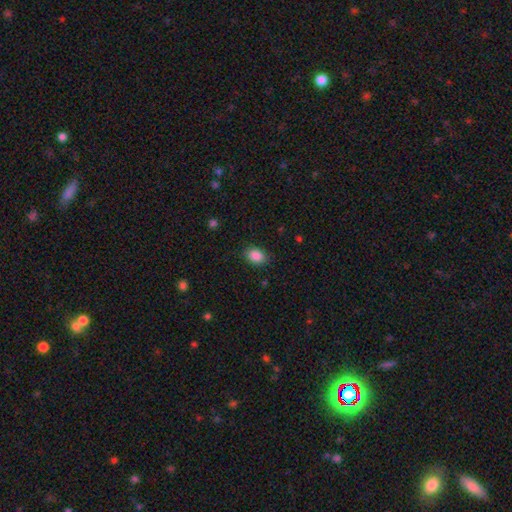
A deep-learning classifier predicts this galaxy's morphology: Smooth or featured?
  - smooth: 88% *
  - star or artifact: 8%
  - featured or disk: 4%
How rounded?
  - in between: 78% *
  - round: 21%
  - cigar-shaped: 1%
Merging?
  - none: 86% *
  - minor disturbance: 10%
  - major disturbance: 3%
  - merger: 1%